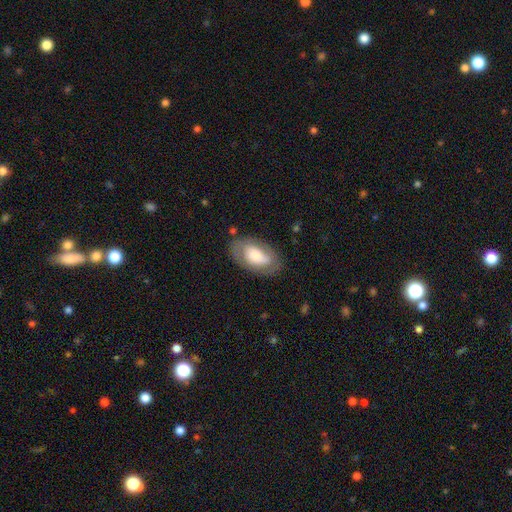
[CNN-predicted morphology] The model was most divided on "smooth or featured": smooth: 54%, featured or disk: 39%, star or artifact: 7%. More confident: how rounded — in between (93%); merging — none (73%).